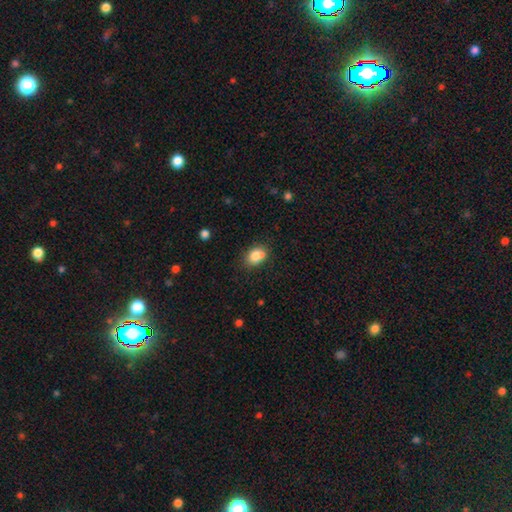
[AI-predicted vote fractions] This is clearly a smooth galaxy (83%). How rounded: likely in between (74%). Merging: likely none (67%).